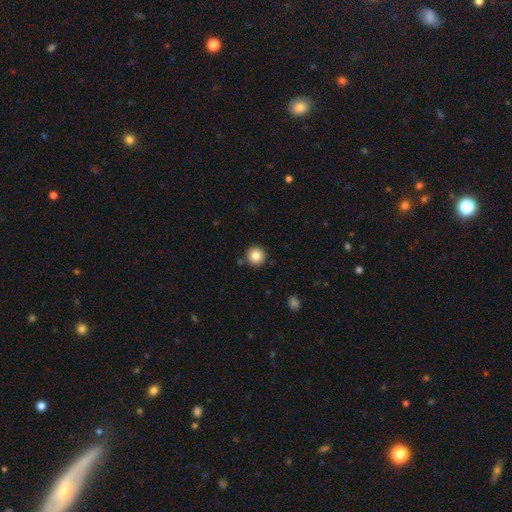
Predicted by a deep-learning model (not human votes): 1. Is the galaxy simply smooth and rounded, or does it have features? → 85% smooth, 10% star or artifact, 6% featured or disk.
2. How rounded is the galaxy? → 96% round, 4% in between, 1% cigar-shaped.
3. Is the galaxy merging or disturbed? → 87% none, 7% minor disturbance, 4% merger, 2% major disturbance.